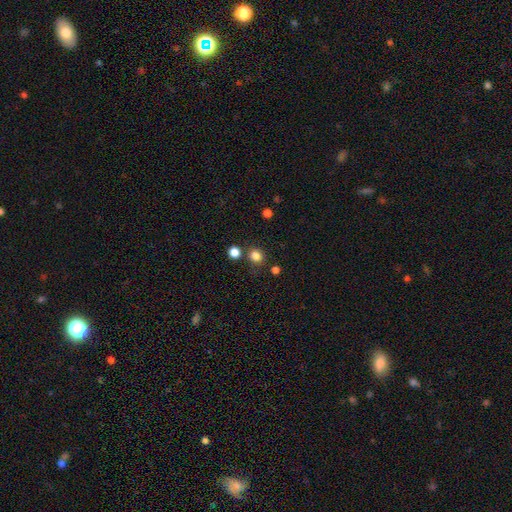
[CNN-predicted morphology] smooth 82%, star or artifact 14%, featured or disk 4%. Down the decision tree: how rounded — round (80%); merging — none (78%).